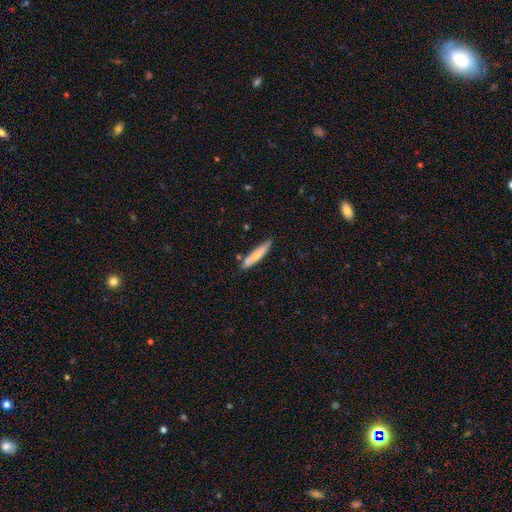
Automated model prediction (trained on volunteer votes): This appears to be a smooth galaxy with no disk features (72%) that is cigar-shaped (86%). Merging: none (74%).